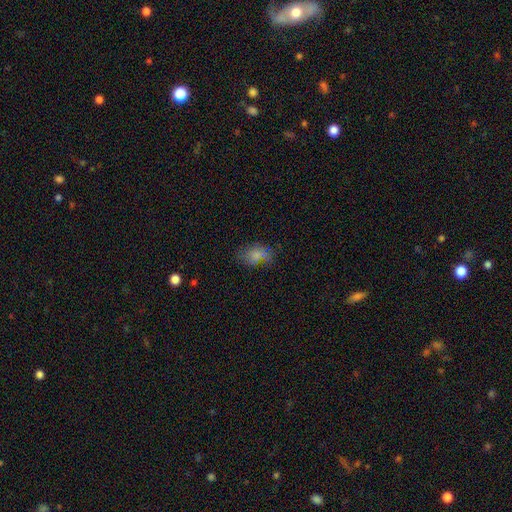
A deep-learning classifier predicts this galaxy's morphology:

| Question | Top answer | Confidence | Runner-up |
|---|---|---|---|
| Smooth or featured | smooth | 73% | star or artifact (14%) |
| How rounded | in between | 83% | round (15%) |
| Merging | none | 57% | minor disturbance (25%) |